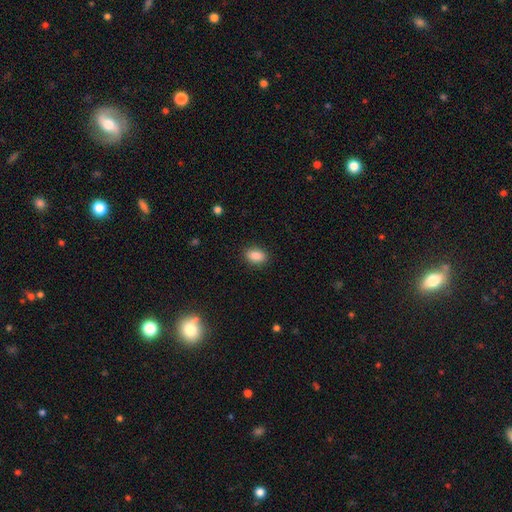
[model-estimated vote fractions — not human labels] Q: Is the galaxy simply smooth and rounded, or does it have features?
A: smooth — 87%.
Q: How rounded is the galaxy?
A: in between — 84%.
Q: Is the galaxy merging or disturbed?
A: none — 89%.